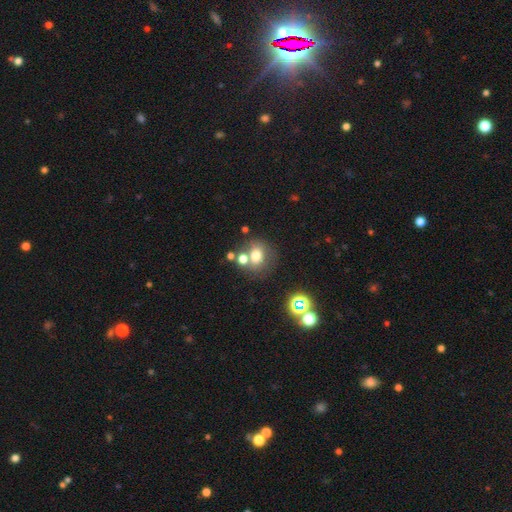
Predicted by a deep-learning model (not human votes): smooth-or-featured: smooth: 69% | star or artifact: 16% | featured or disk: 15%
  how-rounded: round: 72% | in between: 27% | cigar-shaped: 1%
  merging: none: 58% | merger: 25% | minor disturbance: 12% | major disturbance: 5%